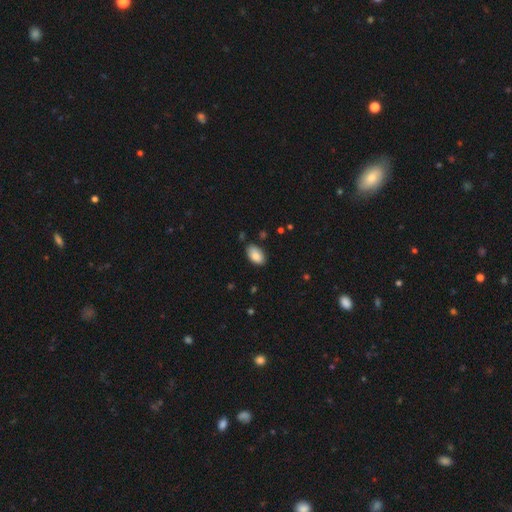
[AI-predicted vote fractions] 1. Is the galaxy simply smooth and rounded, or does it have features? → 84% smooth, 9% featured or disk, 7% star or artifact.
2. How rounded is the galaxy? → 93% in between, 6% round, 1% cigar-shaped.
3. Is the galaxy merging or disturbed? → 79% none, 16% minor disturbance, 3% major disturbance, 2% merger.